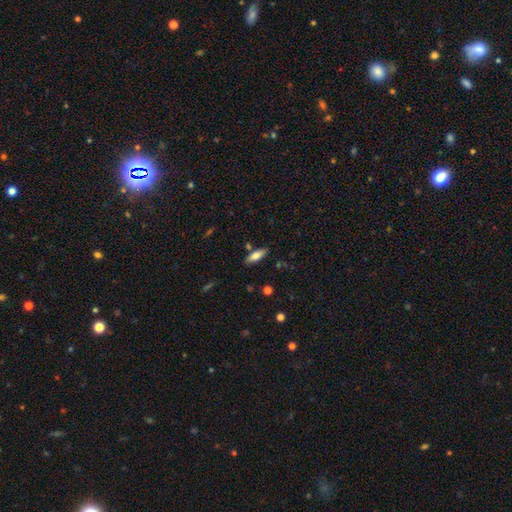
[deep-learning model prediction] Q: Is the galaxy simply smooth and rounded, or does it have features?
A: smooth — 72%.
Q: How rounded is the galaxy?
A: in between — 64%.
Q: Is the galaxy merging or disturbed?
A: none — 81%.